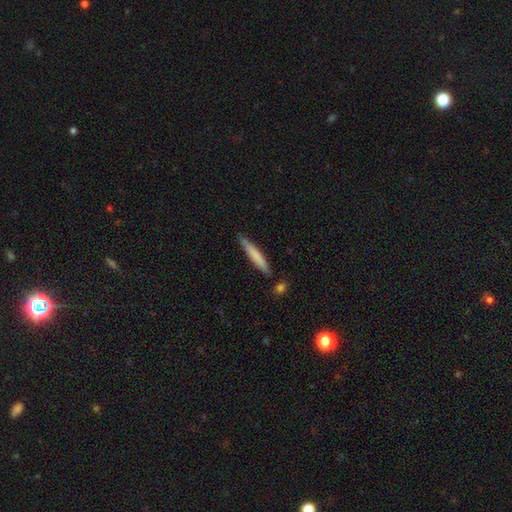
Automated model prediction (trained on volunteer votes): smooth-or-featured: smooth: 73% | featured or disk: 22% | star or artifact: 5%
  how-rounded: cigar-shaped: 94% | in between: 5% | round: 1%
  merging: none: 82% | minor disturbance: 13% | merger: 3% | major disturbance: 2%